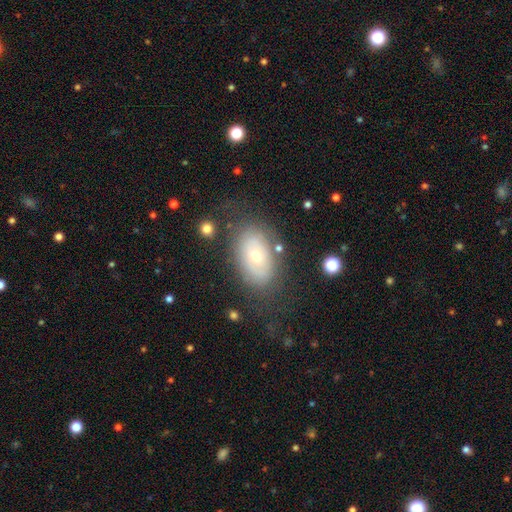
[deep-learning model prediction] The model was most divided on "smooth or featured": smooth: 51%, featured or disk: 40%, star or artifact: 9%. More confident: how rounded — in between (86%); merging — none (70%).